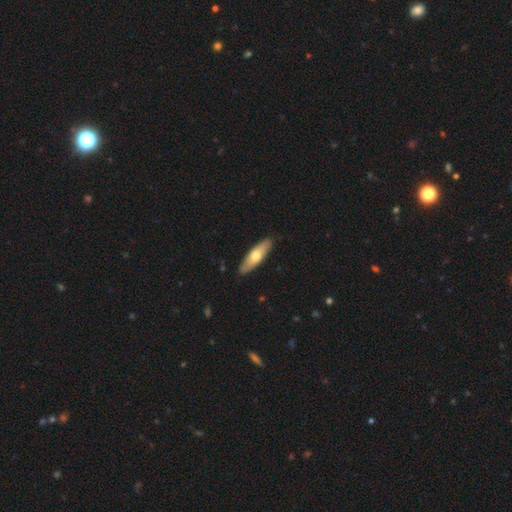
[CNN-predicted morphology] Smooth or featured?
  - smooth: 61% *
  - featured or disk: 35%
  - star or artifact: 5%
How rounded?
  - cigar-shaped: 54% *
  - in between: 44%
  - round: 2%
Merging?
  - none: 89% *
  - minor disturbance: 8%
  - major disturbance: 1%
  - merger: 1%